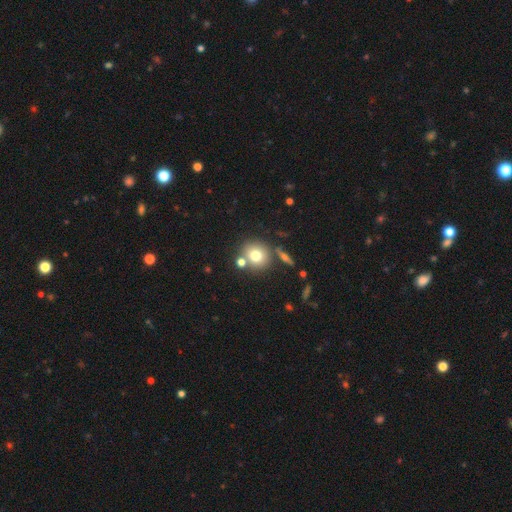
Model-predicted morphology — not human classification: Smooth or featured: smooth — 74% (featured or disk — 14%)
How rounded: round — 86% (in between — 12%)
Merging: none — 71% (merger — 17%)